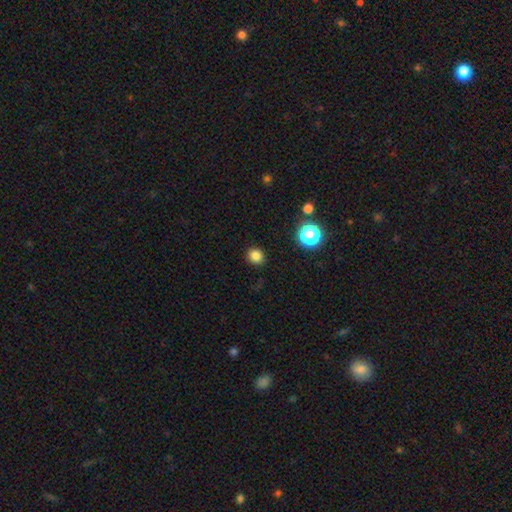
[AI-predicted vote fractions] Smooth or featured? Predicted: smooth (p=0.82). How rounded? Predicted: round (p=0.84). Merging? Predicted: none (p=0.90).